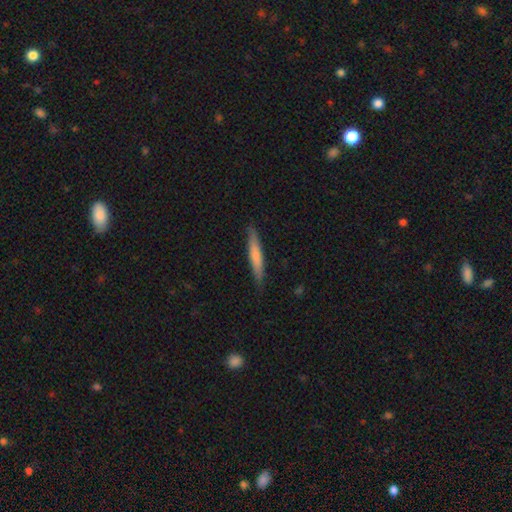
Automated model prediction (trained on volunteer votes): Smooth or featured? Predicted: smooth (p=0.69). How rounded? Predicted: cigar-shaped (p=0.94). Merging? Predicted: none (p=0.88).